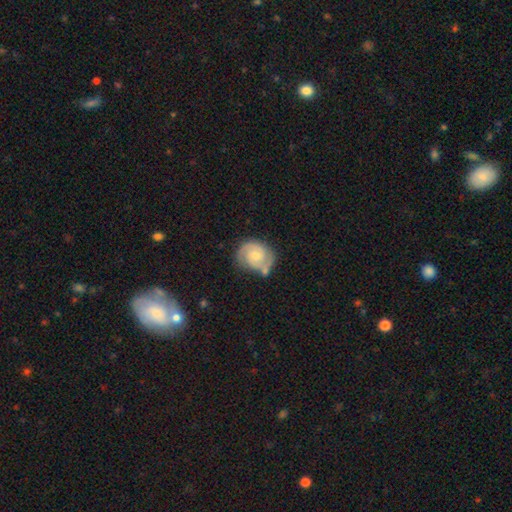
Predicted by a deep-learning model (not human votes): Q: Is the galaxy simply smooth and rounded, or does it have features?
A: featured or disk — 80%.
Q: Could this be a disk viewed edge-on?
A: no — 98%.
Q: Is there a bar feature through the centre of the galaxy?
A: no — 64%.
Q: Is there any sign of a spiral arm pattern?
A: yes — 95%.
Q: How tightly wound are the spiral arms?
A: tight — 50%.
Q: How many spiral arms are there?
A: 2 — 85%.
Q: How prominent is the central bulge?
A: small — 48%.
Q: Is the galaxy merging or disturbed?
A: none — 64%.